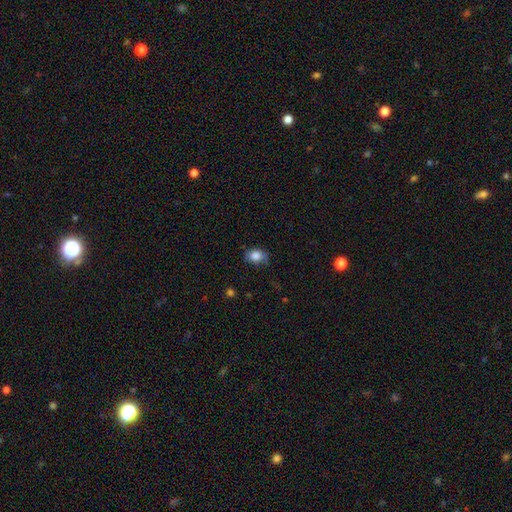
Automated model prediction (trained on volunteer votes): This is clearly a smooth galaxy (82%). How rounded: possibly in between (56%). Merging: possibly none (60%).